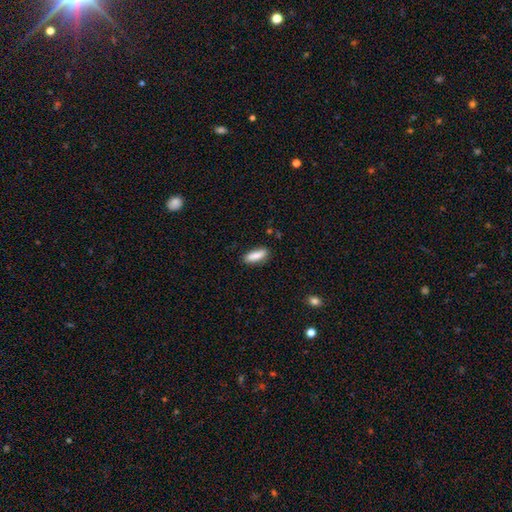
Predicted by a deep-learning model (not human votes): Smooth or featured: smooth — 86% (featured or disk — 7%)
How rounded: in between — 56% (cigar-shaped — 42%)
Merging: none — 84% (minor disturbance — 12%)